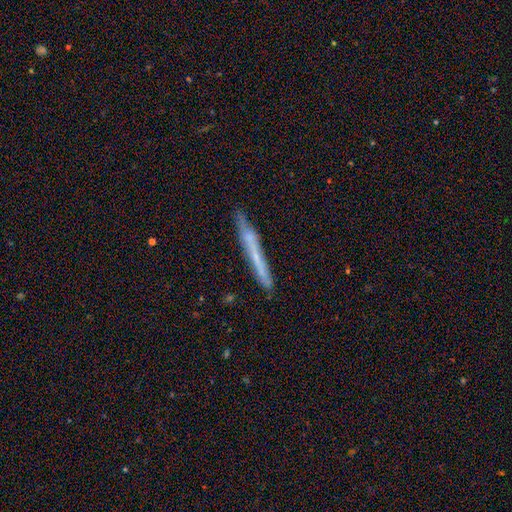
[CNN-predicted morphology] Smooth or featured? featured or disk (47%)
Merging? none (82%)